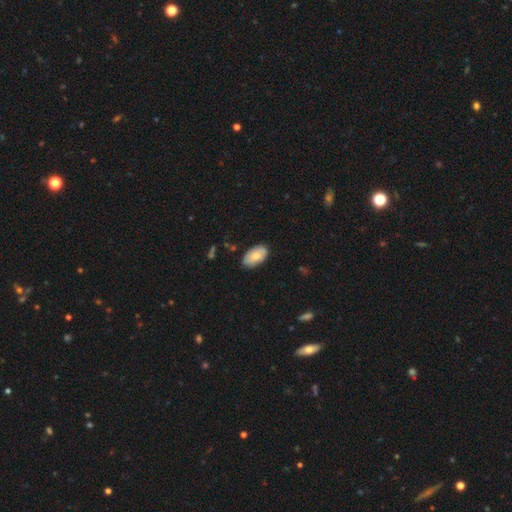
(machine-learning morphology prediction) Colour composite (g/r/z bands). It shows a smooth galaxy with no disk features (74%) that is in between round and cigar-shaped (95%). Merging: none (78%).